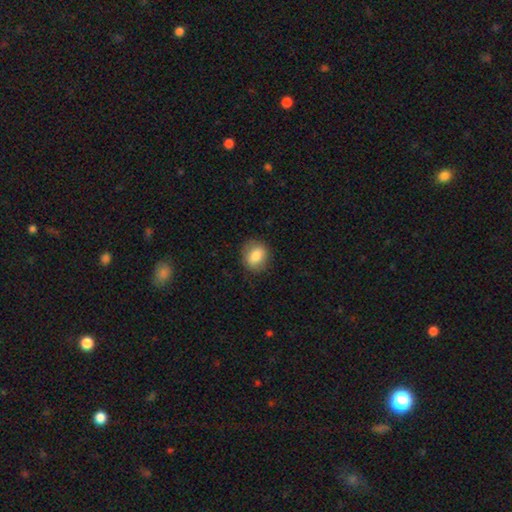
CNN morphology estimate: A smooth galaxy with no disk features (83%) that is round (59%).

Vote fractions:
- Smooth or featured? smooth: 83% / featured or disk: 9% / star or artifact: 8%
- How rounded? round: 59% / in between: 40% / cigar-shaped: 1%
- Merging? none: 84% / minor disturbance: 12% / major disturbance: 3% / merger: 1%